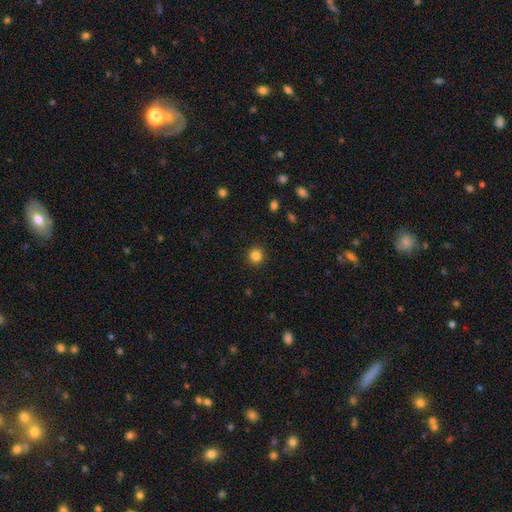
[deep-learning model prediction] A smooth galaxy with no disk features (84%) that is round (94%).

Vote fractions:
- Smooth or featured? smooth: 84% / star or artifact: 12% / featured or disk: 4%
- How rounded? round: 94% / in between: 5% / cigar-shaped: 1%
- Merging? none: 92% / minor disturbance: 5% / major disturbance: 2% / merger: 1%